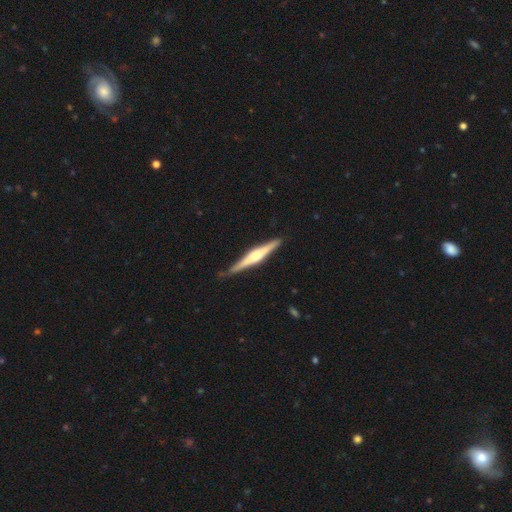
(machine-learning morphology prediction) A featured or disk galaxy (74%) viewed edge-on (98%) with a rounded central bulge (77%).

Vote fractions:
- Smooth or featured? featured or disk: 74% / smooth: 21% / star or artifact: 5%
- Edge-on disk? yes: 98% / no: 2%
- Edge-on bulge? rounded: 77% / boxy: 16% / none: 7%
- Merging? none: 85% / minor disturbance: 11% / major disturbance: 2% / merger: 1%